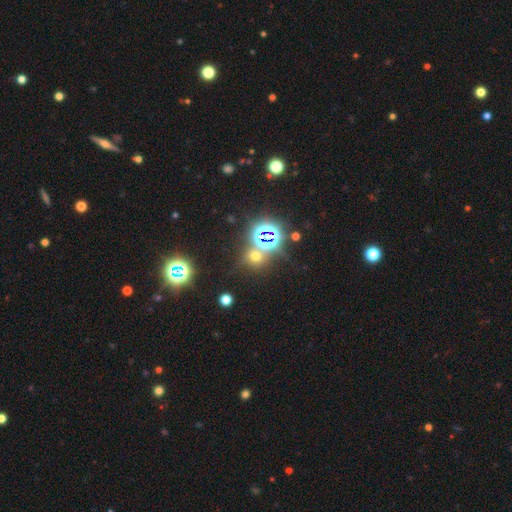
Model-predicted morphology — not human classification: Overall: star or artifact (51%; smooth 41%).